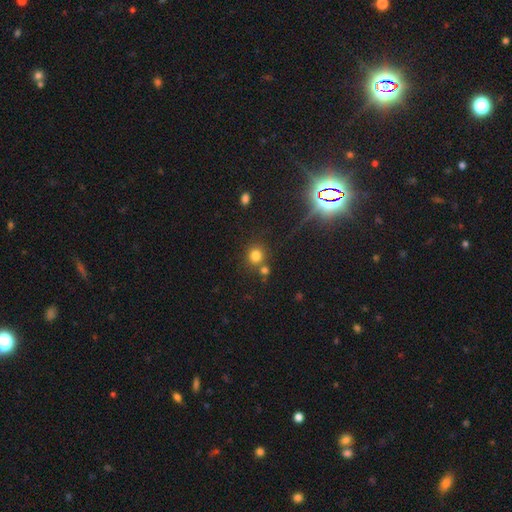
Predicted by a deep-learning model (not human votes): Smooth or featured? smooth (77%)
How rounded? round (89%)
Merging? none (70%)